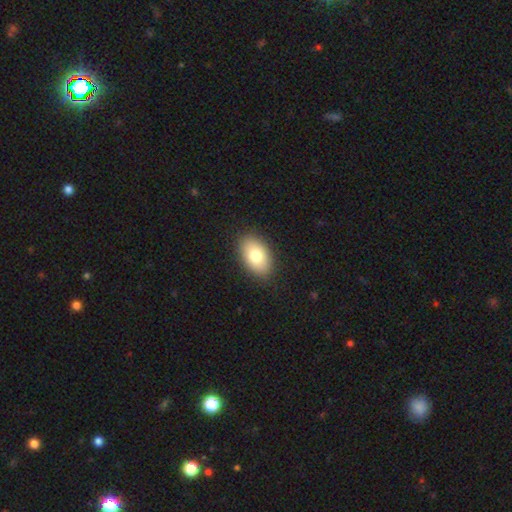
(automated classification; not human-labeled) Q: Smooth or featured?
A: smooth (80%); runner-up: featured or disk (13%)
Q: How rounded?
A: in between (91%); runner-up: round (8%)
Q: Merging?
A: none (88%); runner-up: minor disturbance (8%)